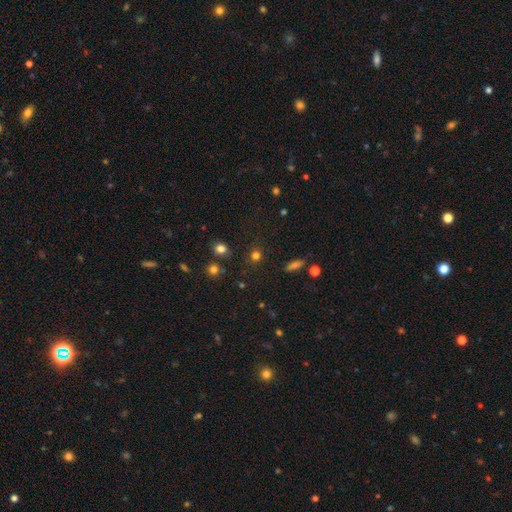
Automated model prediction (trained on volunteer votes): A smooth galaxy with no disk features (75%) that is round (83%). Merging: none (82%).